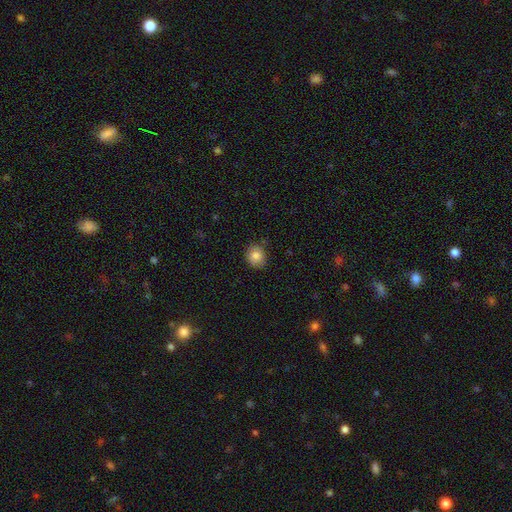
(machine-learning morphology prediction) Smooth or featured? smooth (83%)
How rounded? round (70%)
Merging? none (85%)